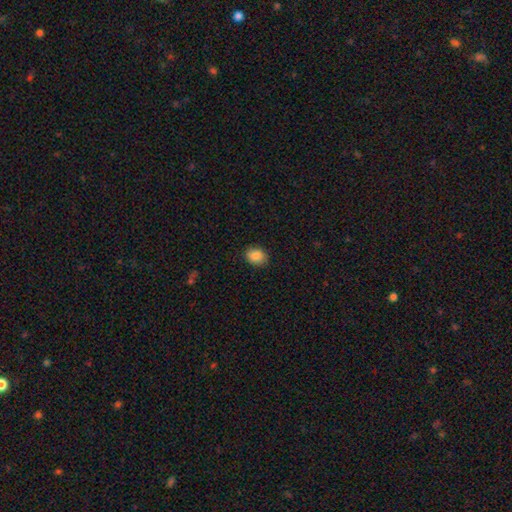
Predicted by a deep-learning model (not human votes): Smooth or featured? Predicted: smooth (p=0.88). How rounded? Predicted: in between (p=0.53). Merging? Predicted: none (p=0.86).